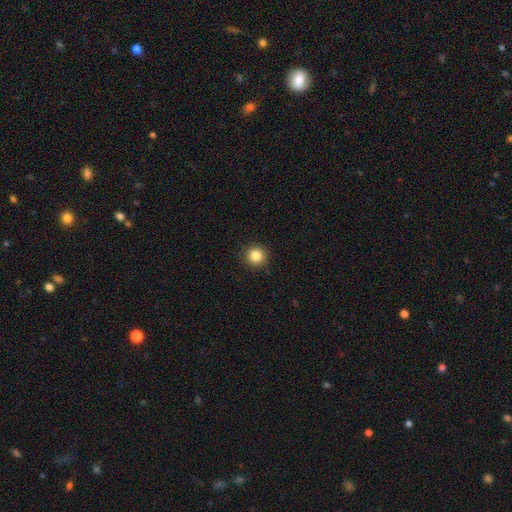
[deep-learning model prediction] Smooth or featured? Predicted: smooth (p=0.84). How rounded? Predicted: round (p=0.95). Merging? Predicted: none (p=0.92).